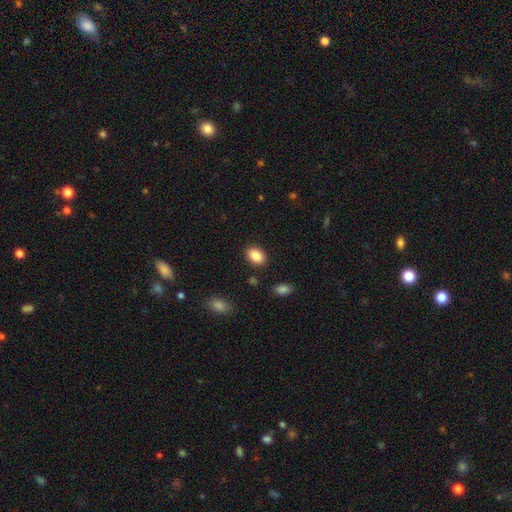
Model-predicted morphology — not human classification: Smooth or featured? Predicted: smooth (p=0.87). How rounded? Predicted: in between (p=0.84). Merging? Predicted: none (p=0.86).